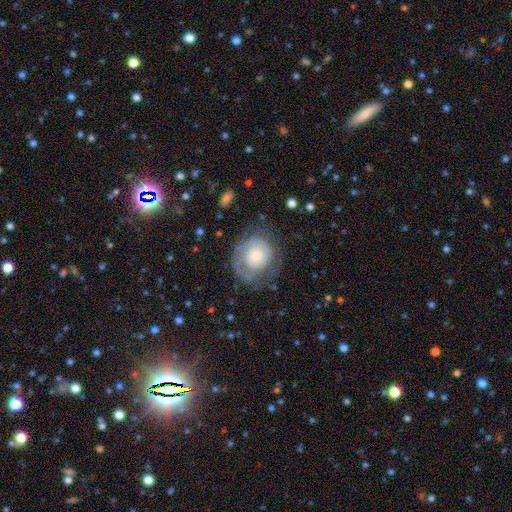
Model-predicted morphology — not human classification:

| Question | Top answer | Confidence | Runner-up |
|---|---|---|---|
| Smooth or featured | featured or disk | 54% | smooth (38%) |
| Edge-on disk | no | 97% | yes (3%) |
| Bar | no | 85% | weak (12%) |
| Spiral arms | yes | 63% | no (37%) |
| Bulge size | small | 43% | moderate (25%) |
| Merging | none | 55% | minor disturbance (22%) |